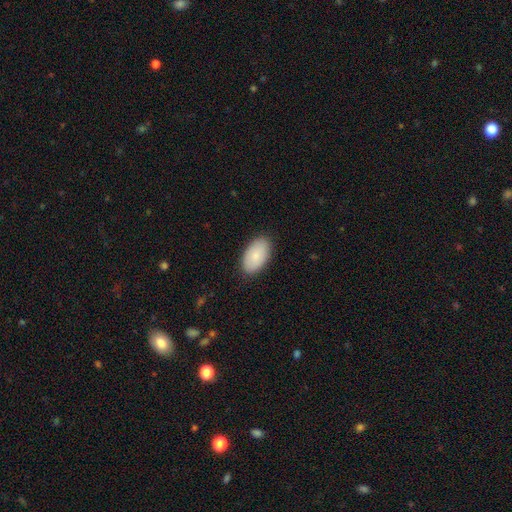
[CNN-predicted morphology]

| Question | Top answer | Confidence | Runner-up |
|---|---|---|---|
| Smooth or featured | smooth | 86% | featured or disk (8%) |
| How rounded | in between | 95% | round (3%) |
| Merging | none | 87% | minor disturbance (10%) |